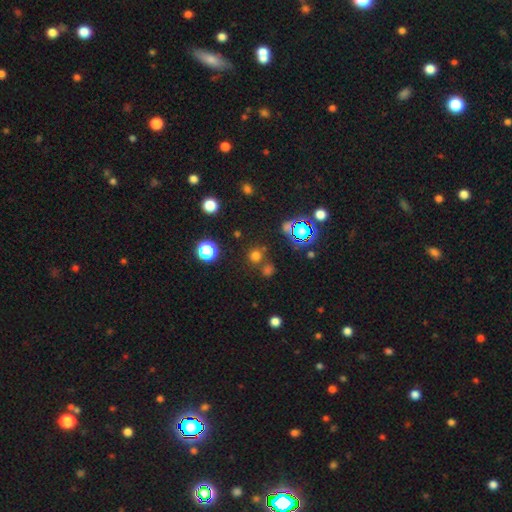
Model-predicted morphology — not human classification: The model was most divided on "smooth or featured": smooth: 62%, star or artifact: 32%, featured or disk: 6%. More confident: how rounded — round (92%); merging — none (74%).